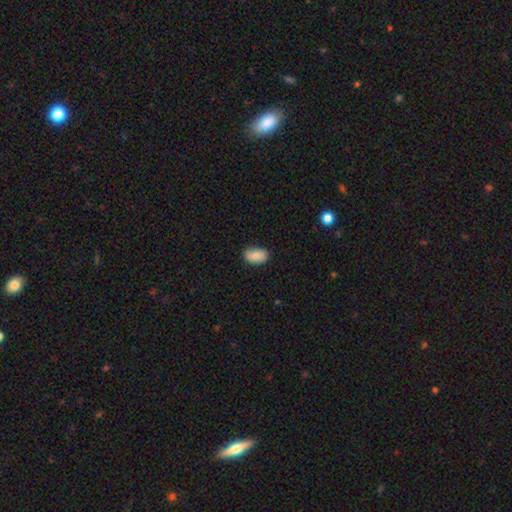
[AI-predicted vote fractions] Smooth or featured?
  - smooth: 79% *
  - featured or disk: 14%
  - star or artifact: 7%
How rounded?
  - in between: 90% *
  - round: 8%
  - cigar-shaped: 2%
Merging?
  - none: 83% *
  - minor disturbance: 14%
  - major disturbance: 2%
  - merger: 1%